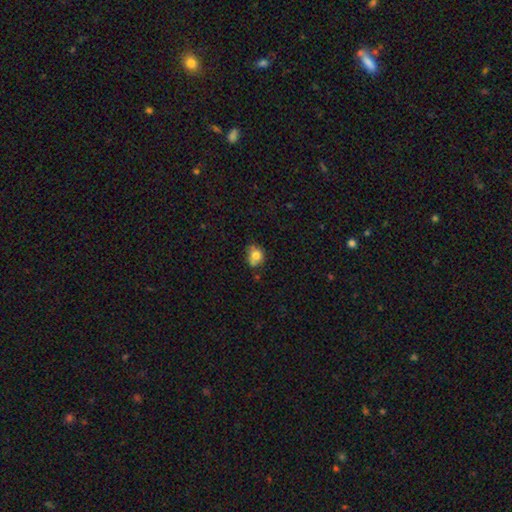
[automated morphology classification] smooth_or_featured: smooth (p=0.77) [alt: featured or disk p=0.13]
how_rounded: round (p=0.65) [alt: in between p=0.34]
merging: none (p=0.52) [alt: minor disturbance p=0.27]